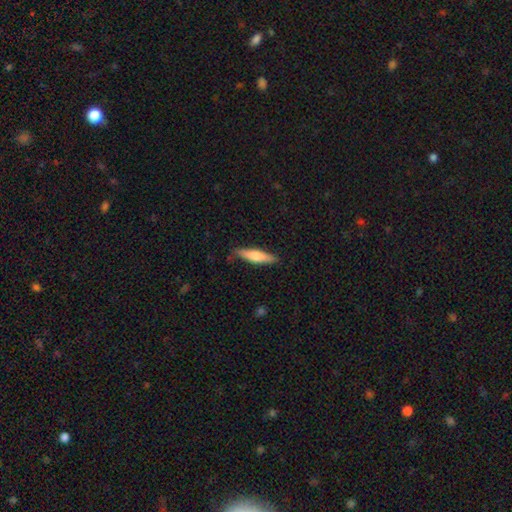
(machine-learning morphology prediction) smooth_or_featured: smooth (p=0.60) [alt: featured or disk p=0.34]
how_rounded: cigar-shaped (p=0.78) [alt: in between p=0.20]
merging: none (p=0.86) [alt: minor disturbance p=0.10]